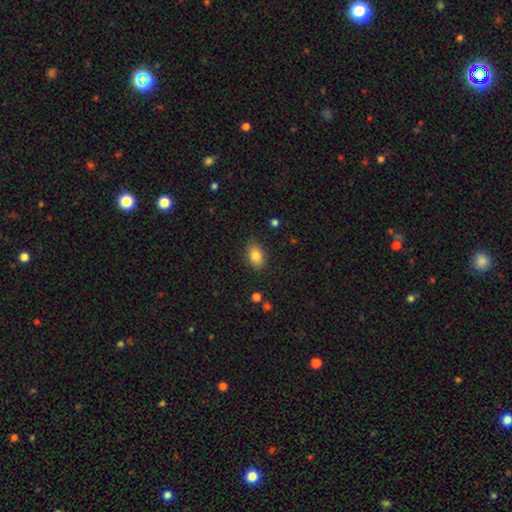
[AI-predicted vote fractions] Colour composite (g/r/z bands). It shows a smooth galaxy with no disk features (83%) that is in between round and cigar-shaped (86%). Merging: none (85%).